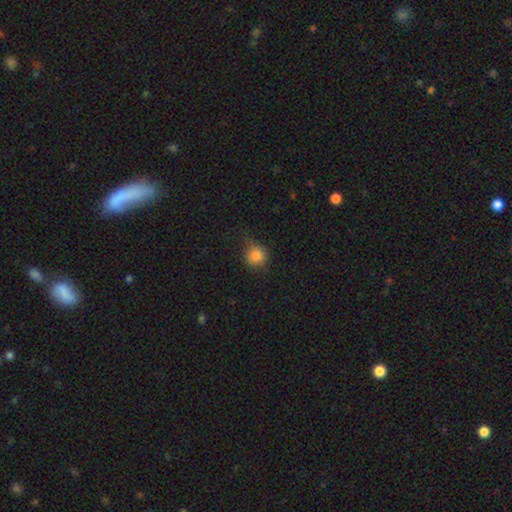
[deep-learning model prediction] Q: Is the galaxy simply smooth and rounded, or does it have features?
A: smooth — 82%.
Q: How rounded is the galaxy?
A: round — 88%.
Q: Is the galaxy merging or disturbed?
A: none — 65%.